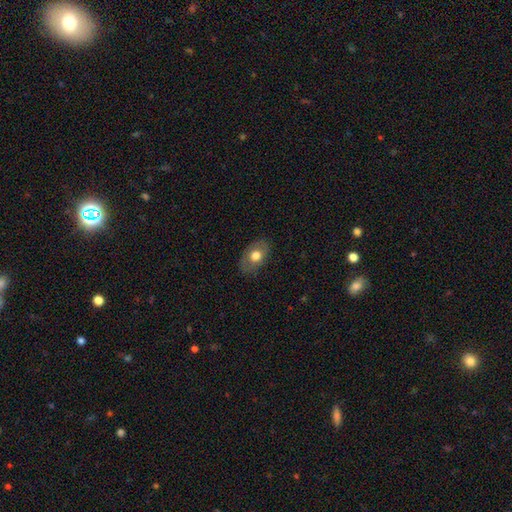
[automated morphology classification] smooth-or-featured: smooth: 68% | featured or disk: 24% | star or artifact: 7%
  how-rounded: in between: 82% | round: 17% | cigar-shaped: 1%
  merging: none: 79% | minor disturbance: 16% | major disturbance: 4% | merger: 1%